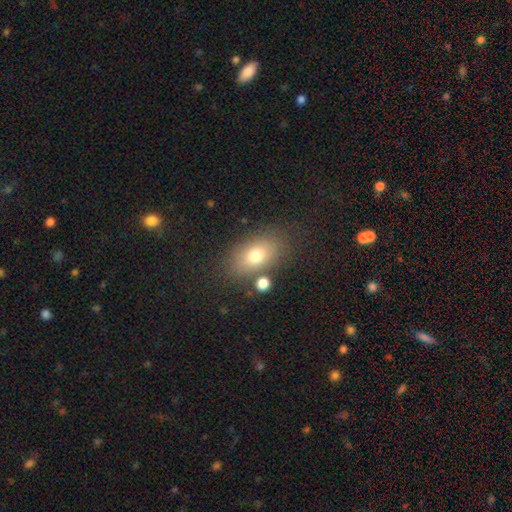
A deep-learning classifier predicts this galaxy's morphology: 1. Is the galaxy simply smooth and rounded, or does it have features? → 75% smooth, 14% featured or disk, 10% star or artifact.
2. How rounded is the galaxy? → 84% in between, 13% round, 2% cigar-shaped.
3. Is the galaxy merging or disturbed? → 75% none, 12% minor disturbance, 8% merger, 5% major disturbance.